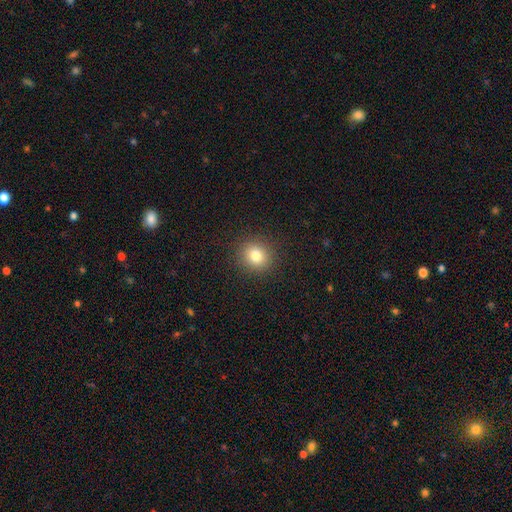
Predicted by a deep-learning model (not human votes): Smooth or featured?
  - smooth: 80% *
  - star or artifact: 12%
  - featured or disk: 8%
How rounded?
  - round: 84% *
  - in between: 15%
  - cigar-shaped: 1%
Merging?
  - none: 90% *
  - minor disturbance: 6%
  - major disturbance: 2%
  - merger: 1%